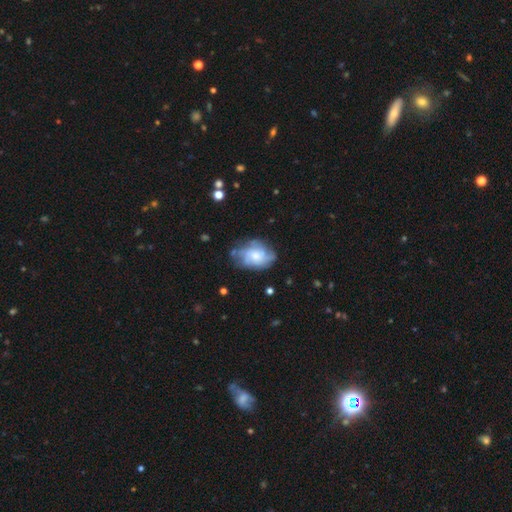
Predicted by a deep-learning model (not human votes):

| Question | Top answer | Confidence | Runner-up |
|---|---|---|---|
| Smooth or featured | featured or disk | 60% | smooth (32%) |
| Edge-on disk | no | 97% | yes (3%) |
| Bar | no | 76% | weak (21%) |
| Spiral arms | yes | 80% | no (20%) |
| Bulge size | moderate | 41% | small (34%) |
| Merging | none | 62% | minor disturbance (24%) |